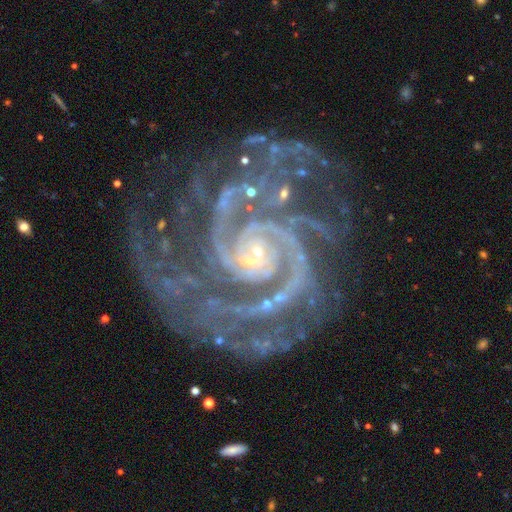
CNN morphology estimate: A featured or disk galaxy (93%) with no bar (63%), 2 (44%) tight (68%) spiral arms (99%) and a small central bulge (80%). Merging: none (66%).